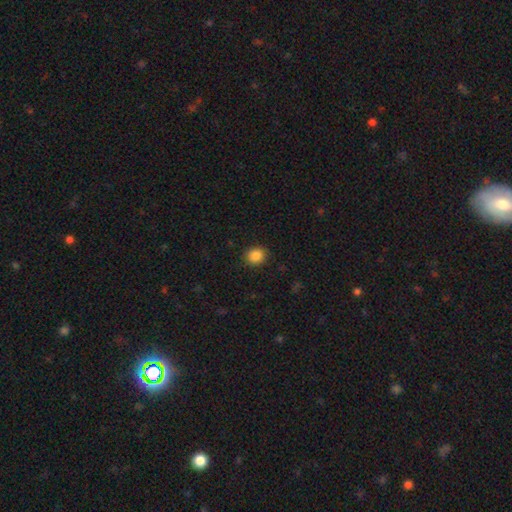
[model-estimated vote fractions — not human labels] Q: Smooth or featured?
A: smooth (87%); runner-up: star or artifact (10%)
Q: How rounded?
A: round (75%); runner-up: in between (24%)
Q: Merging?
A: none (89%); runner-up: minor disturbance (8%)